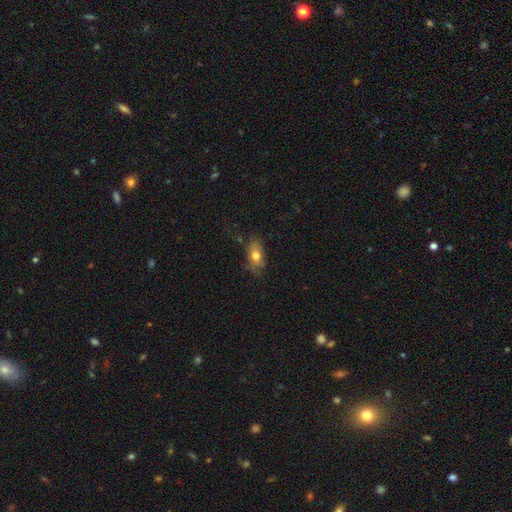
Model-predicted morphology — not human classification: type=smooth (71%); roundness=in between (85%); merging=none (60%).